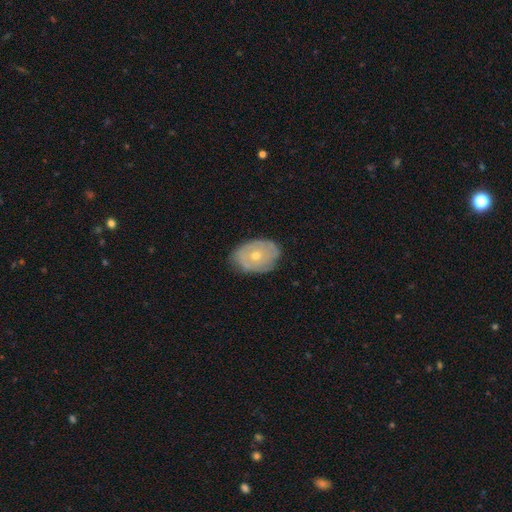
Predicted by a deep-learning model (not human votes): Overall: featured or disk (58%; smooth 35%). Edge-on disk: no (94%). Bar: no (87%). Spiral arms: yes (51%; no 49%). Bulge size: moderate (57%; small 40%). Merging: none (76%).